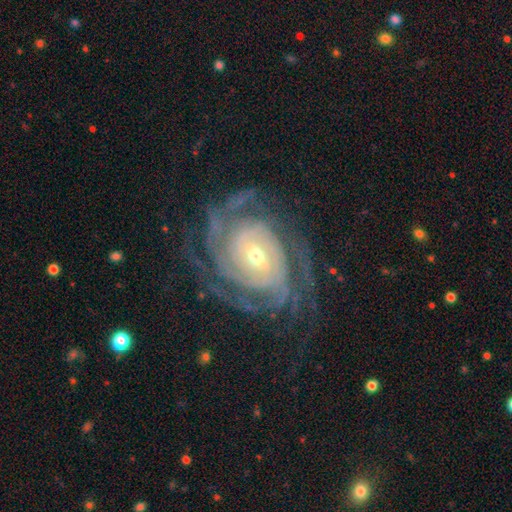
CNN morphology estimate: This appears to be a featured or disk galaxy (91%) with a weak bar (42%), 4 (25%) tight (73%) spiral arms (98%) and a small central bulge (51%). Merging: none (73%).